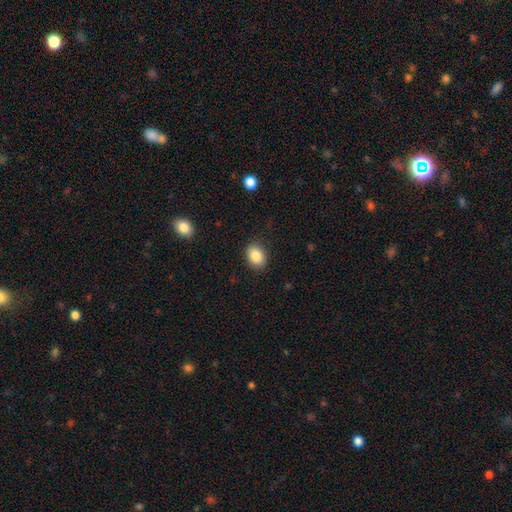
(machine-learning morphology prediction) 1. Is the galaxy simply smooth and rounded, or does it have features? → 87% smooth, 8% star or artifact, 5% featured or disk.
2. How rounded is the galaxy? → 70% in between, 29% round, 1% cigar-shaped.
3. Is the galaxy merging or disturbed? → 87% none, 9% minor disturbance, 3% major disturbance, 1% merger.